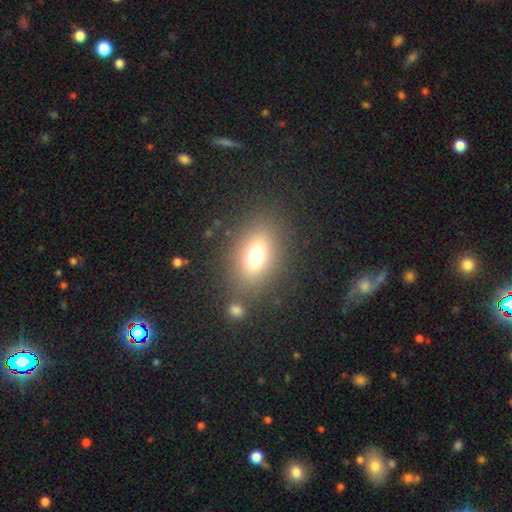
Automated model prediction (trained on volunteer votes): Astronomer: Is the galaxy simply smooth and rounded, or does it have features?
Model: smooth — 68%.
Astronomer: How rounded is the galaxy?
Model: in between — 64%.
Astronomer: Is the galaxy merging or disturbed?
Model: none — 78%.